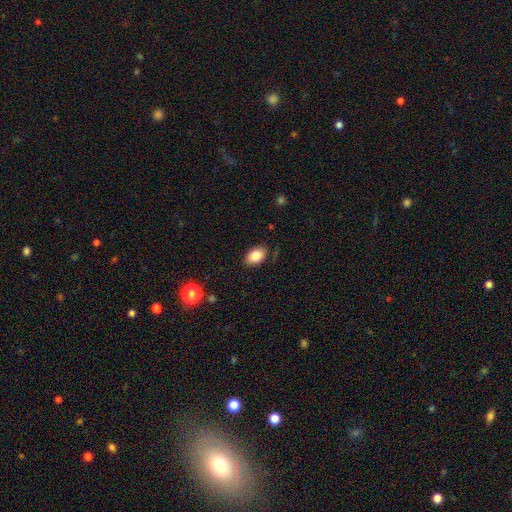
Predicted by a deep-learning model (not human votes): smooth_or_featured: smooth (p=0.84) [alt: featured or disk p=0.08]
how_rounded: in between (p=0.87) [alt: round p=0.12]
merging: none (p=0.83) [alt: minor disturbance p=0.13]